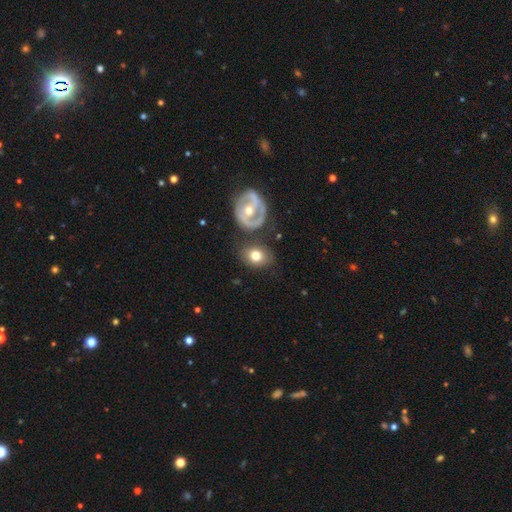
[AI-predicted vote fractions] smooth_or_featured: smooth (p=0.64) [alt: featured or disk p=0.29]
how_rounded: round (p=0.51) [alt: in between p=0.48]
merging: none (p=0.69) [alt: minor disturbance p=0.15]